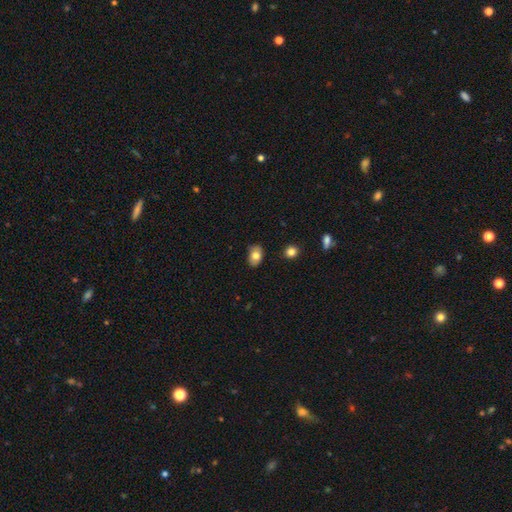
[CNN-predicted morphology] smooth 79%, featured or disk 12%, star or artifact 9%. Down the decision tree: how rounded — in between (82%); merging — none (82%).